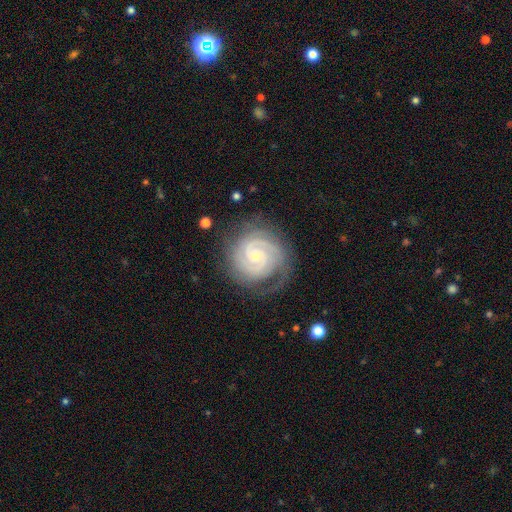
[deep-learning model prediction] Smooth or featured?
  - featured or disk: 91% *
  - star or artifact: 5%
  - smooth: 4%
Edge-on disk?
  - no: 98% *
  - yes: 2%
Bar?
  - no: 59% *
  - weak: 32%
  - strong: 9%
Spiral arms?
  - yes: 98% *
  - no: 2%
Spiral winding?
  - tight: 77% *
  - medium: 21%
  - loose: 2%
Spiral arm count?
  - 2: 58% *
  - 3: 20%
  - can't tell: 10%
  - 4: 5%
  - 1: 4%
  - more than 4: 4%
Bulge size?
  - small: 73% *
  - moderate: 23%
  - none: 2%
  - large: 1%
  - dominant: 1%
Merging?
  - none: 76% *
  - minor disturbance: 16%
  - major disturbance: 6%
  - merger: 1%